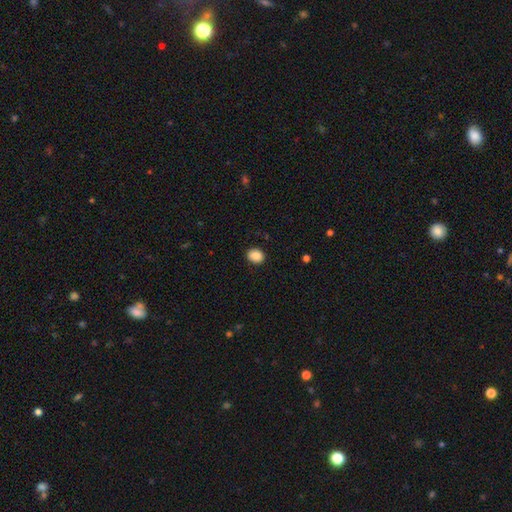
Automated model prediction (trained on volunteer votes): This is clearly a smooth galaxy (89%). How rounded: possibly round (51%). Merging: clearly none (88%).